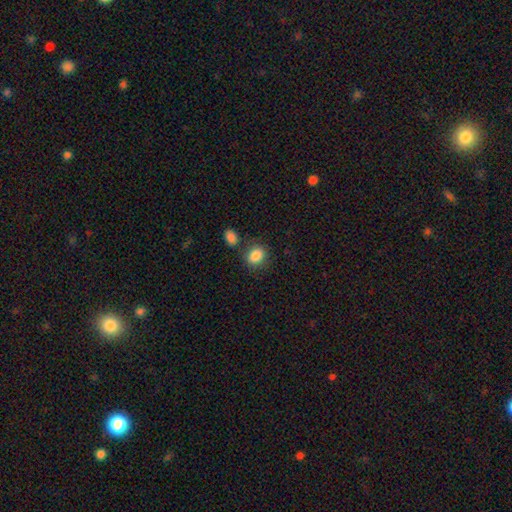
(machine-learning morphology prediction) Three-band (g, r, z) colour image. It shows a smooth galaxy with no disk features (87%) that is round (60%). Merging: none (72%).